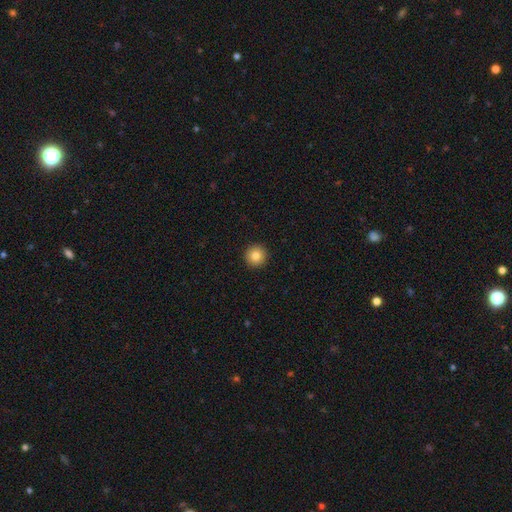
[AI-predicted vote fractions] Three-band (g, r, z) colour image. It shows a smooth galaxy with no disk features (84%) that is round (96%). Merging: none (93%).